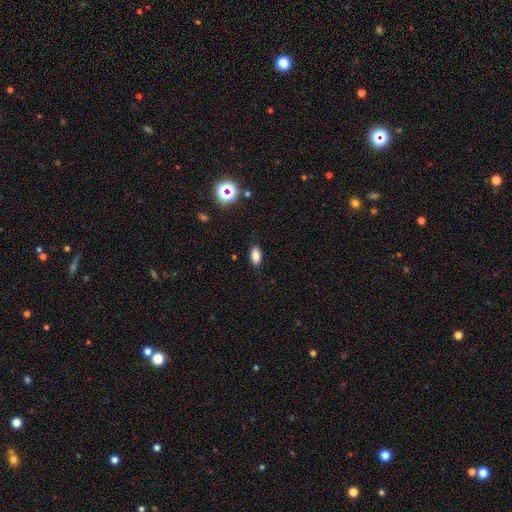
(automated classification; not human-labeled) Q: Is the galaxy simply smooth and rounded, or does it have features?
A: smooth — 83%.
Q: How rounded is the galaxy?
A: in between — 90%.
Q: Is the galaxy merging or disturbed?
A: none — 86%.